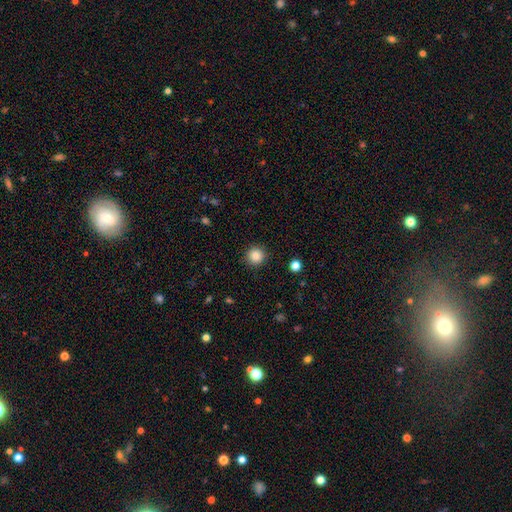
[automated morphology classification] A smooth galaxy with no disk features (85%) that is round (94%). Merging: none (91%).